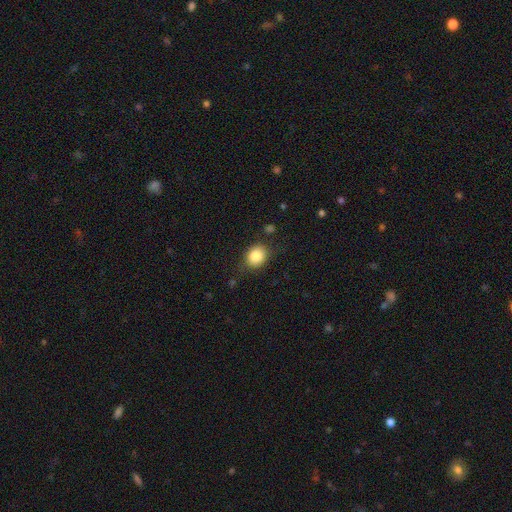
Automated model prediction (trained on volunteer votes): Morphology: type=smooth (85%); roundness=round (54%); merging=none (76%).